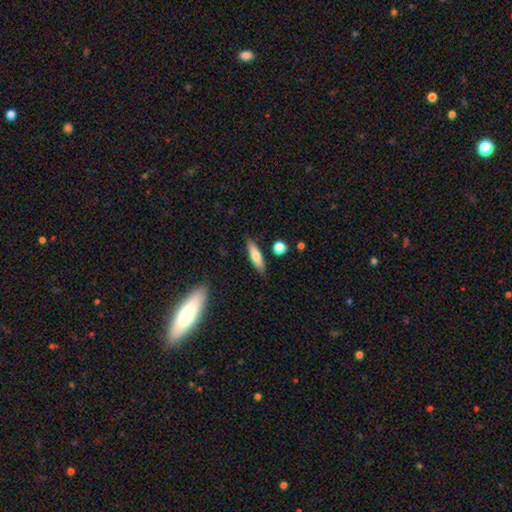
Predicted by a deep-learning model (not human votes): Overall: smooth (68%). How rounded: cigar-shaped (68%; in between 30%). Merging: none (84%).